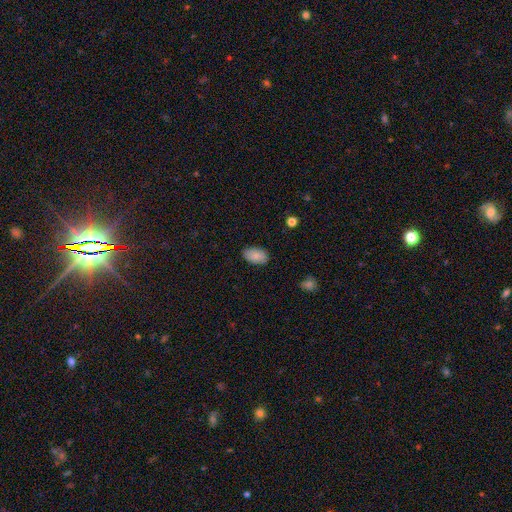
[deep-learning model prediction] smooth_or_featured: smooth (p=0.85) [alt: star or artifact p=0.07]
how_rounded: in between (p=0.92) [alt: round p=0.06]
merging: none (p=0.85) [alt: minor disturbance p=0.12]